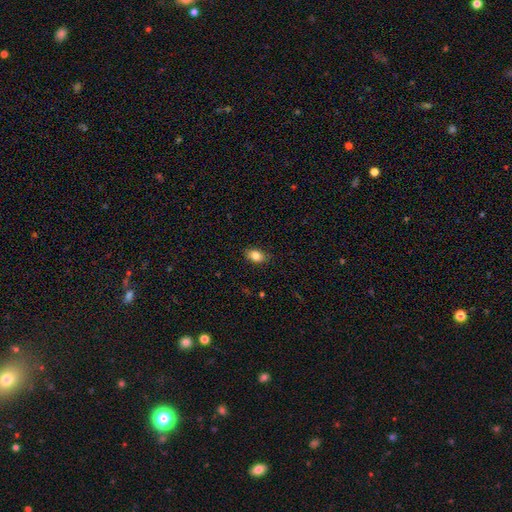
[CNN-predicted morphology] Smooth or featured?
  - smooth: 84% *
  - star or artifact: 9%
  - featured or disk: 7%
How rounded?
  - in between: 84% *
  - round: 14%
  - cigar-shaped: 2%
Merging?
  - none: 86% *
  - minor disturbance: 11%
  - major disturbance: 2%
  - merger: 1%